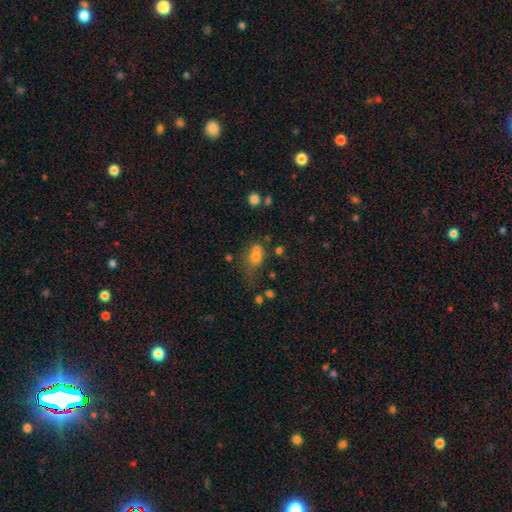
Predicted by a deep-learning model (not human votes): Smooth or featured? smooth (66%)
How rounded? in between (50%)
Merging? merger (39%)